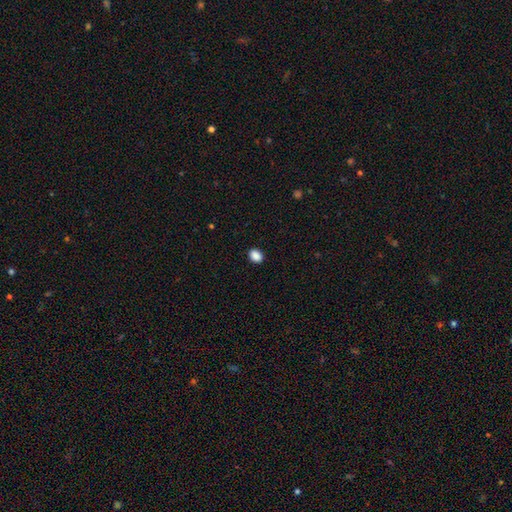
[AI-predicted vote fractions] smooth_or_featured: smooth (p=0.89) [alt: star or artifact p=0.09]
how_rounded: in between (p=0.64) [alt: round p=0.35]
merging: none (p=0.90) [alt: minor disturbance p=0.07]